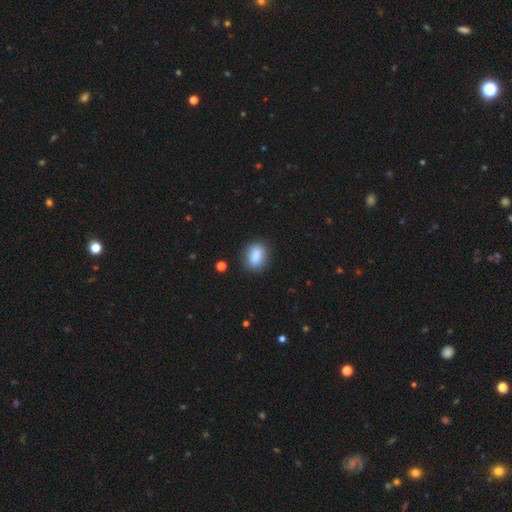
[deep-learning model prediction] smooth-or-featured: smooth: 83% | featured or disk: 8% | star or artifact: 8%
  how-rounded: in between: 72% | round: 24% | cigar-shaped: 4%
  merging: none: 78% | minor disturbance: 14% | merger: 4% | major disturbance: 4%